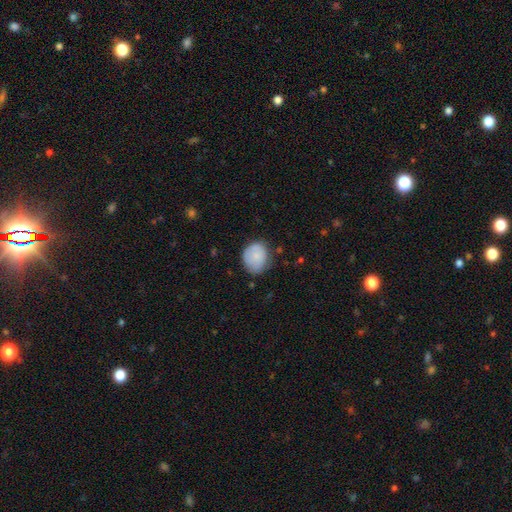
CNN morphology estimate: This is clearly a smooth galaxy (81%). How rounded: possibly round (52%). Merging: likely none (63%).